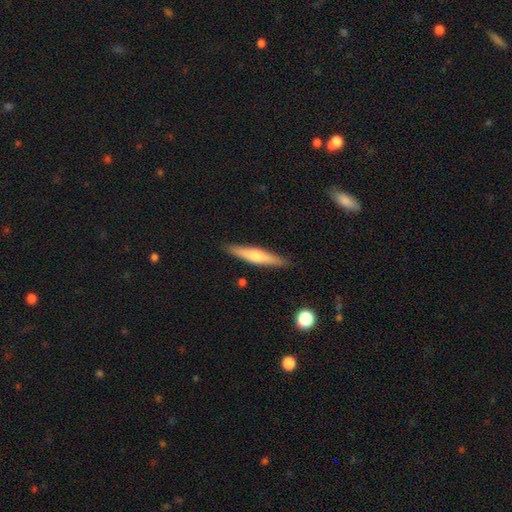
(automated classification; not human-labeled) Q: Smooth or featured?
A: smooth (48%); runner-up: featured or disk (46%)
Q: Merging?
A: none (90%); runner-up: minor disturbance (7%)